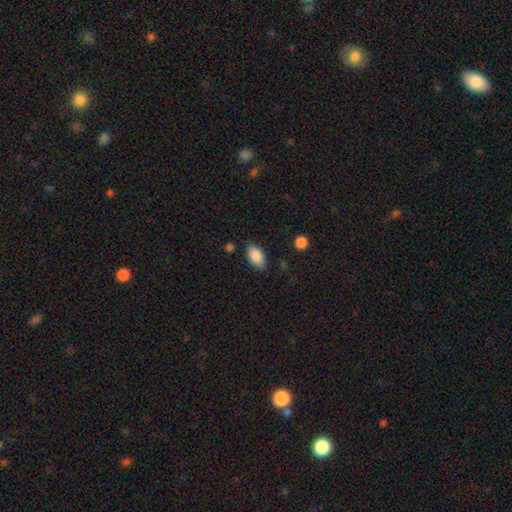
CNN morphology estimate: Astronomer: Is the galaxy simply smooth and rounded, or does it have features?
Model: smooth — 88%.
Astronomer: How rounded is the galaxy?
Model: in between — 94%.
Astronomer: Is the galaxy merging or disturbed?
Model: none — 83%.